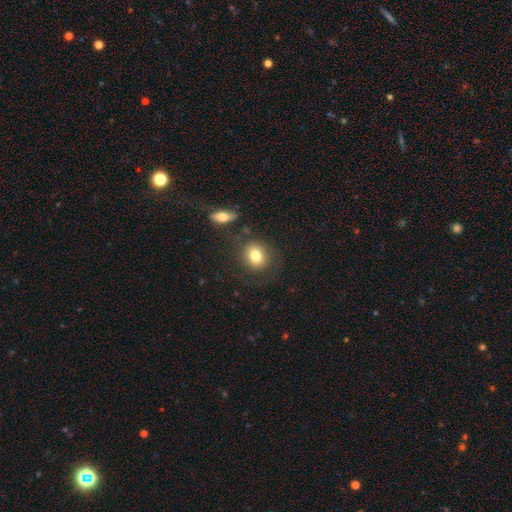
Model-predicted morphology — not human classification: Smooth or featured? Predicted: smooth (p=0.79). How rounded? Predicted: round (p=0.68). Merging? Predicted: none (p=0.76).